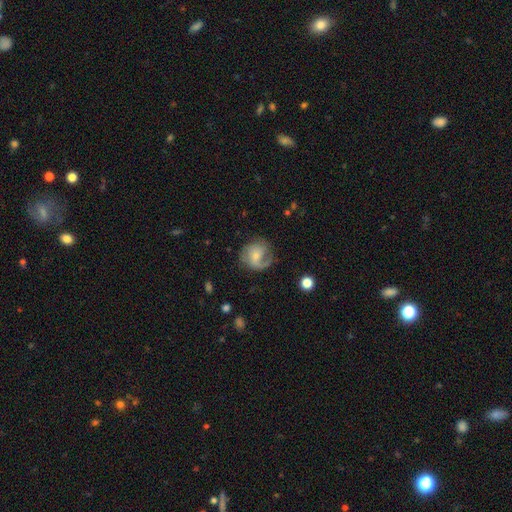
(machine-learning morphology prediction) Smooth or featured? Predicted: featured or disk (p=0.64). Edge-on disk? Predicted: no (p=0.98). Bar? Predicted: no (p=0.59). Spiral arms? Predicted: yes (p=0.89). Spiral winding? Predicted: medium (p=0.42). Spiral arm count? Predicted: 1 (p=0.46). Bulge size? Predicted: small (p=0.60). Merging? Predicted: none (p=0.58).